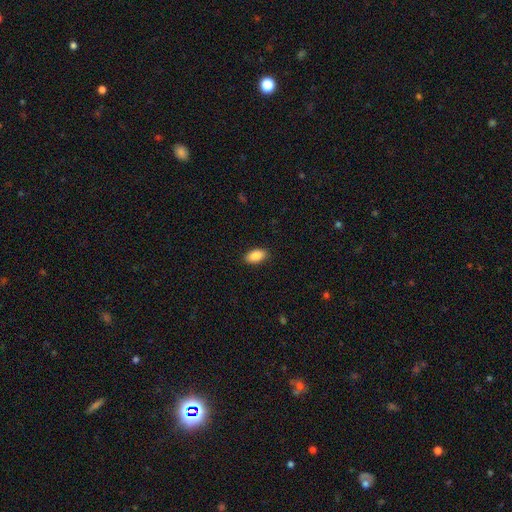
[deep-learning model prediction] Smooth or featured? Predicted: smooth (p=0.89). How rounded? Predicted: in between (p=0.94). Merging? Predicted: none (p=0.88).